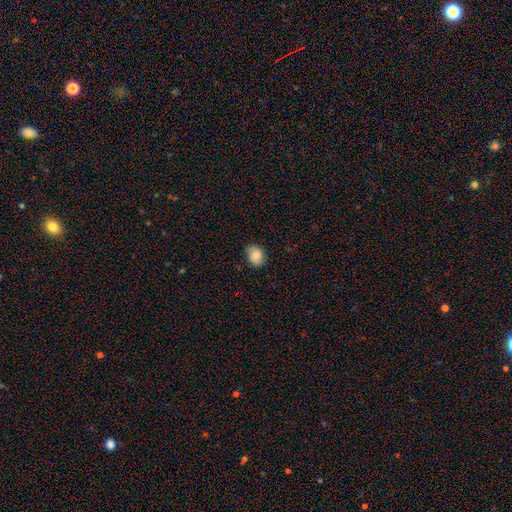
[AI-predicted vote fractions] Smooth or featured: smooth — 85% (star or artifact — 8%)
How rounded: in between — 53% (round — 46%)
Merging: none — 75% (minor disturbance — 20%)